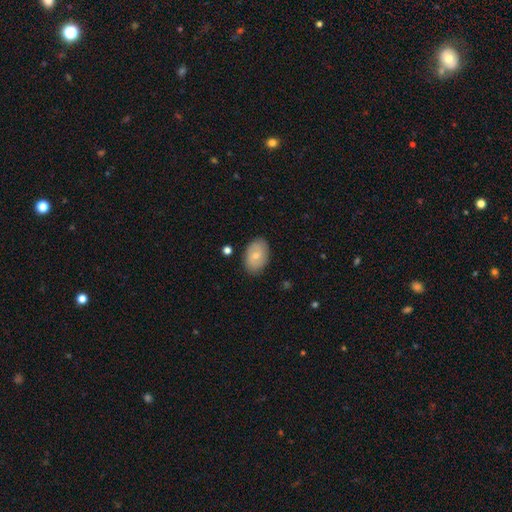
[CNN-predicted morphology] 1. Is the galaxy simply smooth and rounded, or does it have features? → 67% smooth, 26% featured or disk, 7% star or artifact.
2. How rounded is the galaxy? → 88% in between, 11% round, 1% cigar-shaped.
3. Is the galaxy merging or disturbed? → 85% none, 11% minor disturbance, 2% major disturbance, 1% merger.